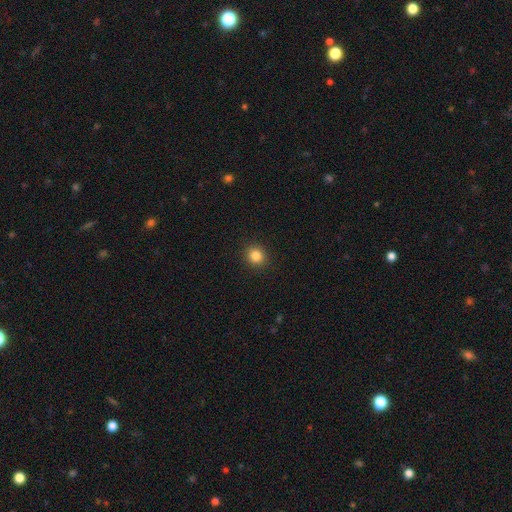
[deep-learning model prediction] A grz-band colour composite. It shows a smooth galaxy with no disk features (84%) that is round (87%). Merging: none (91%).